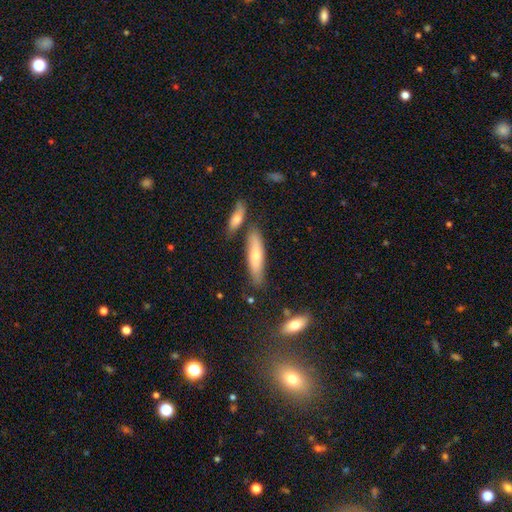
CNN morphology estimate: A smooth galaxy with no disk features (66%) that is cigar-shaped (72%).

Vote fractions:
- Smooth or featured? smooth: 66% / featured or disk: 28% / star or artifact: 7%
- How rounded? cigar-shaped: 72% / in between: 26% / round: 2%
- Merging? none: 71% / minor disturbance: 15% / merger: 11% / major disturbance: 3%